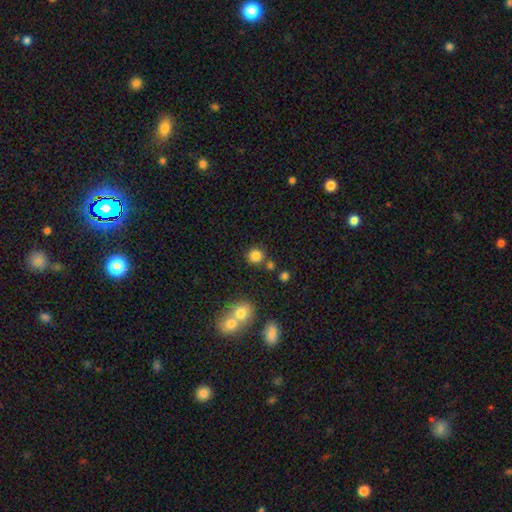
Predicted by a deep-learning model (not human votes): Smooth or featured? smooth (83%)
How rounded? round (90%)
Merging? none (76%)